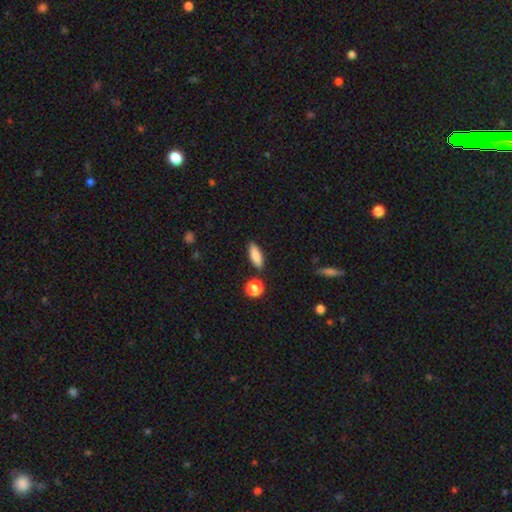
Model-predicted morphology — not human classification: Smooth or featured?
  - smooth: 82% *
  - featured or disk: 10%
  - star or artifact: 8%
How rounded?
  - in between: 61% *
  - cigar-shaped: 35%
  - round: 4%
Merging?
  - none: 85% *
  - minor disturbance: 9%
  - merger: 3%
  - major disturbance: 2%